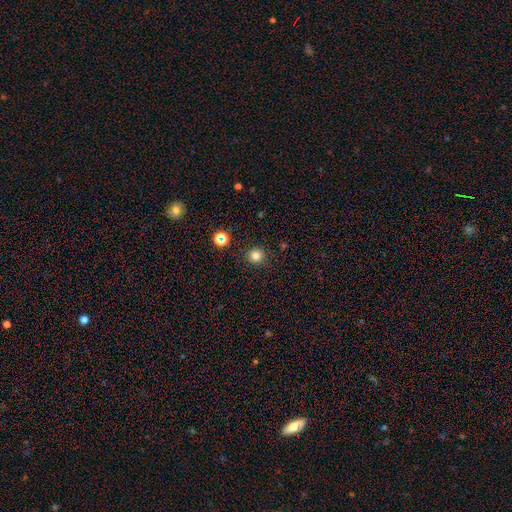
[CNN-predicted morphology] Smooth or featured: smooth — 81% (star or artifact — 15%)
How rounded: round — 93% (in between — 6%)
Merging: none — 89% (minor disturbance — 7%)